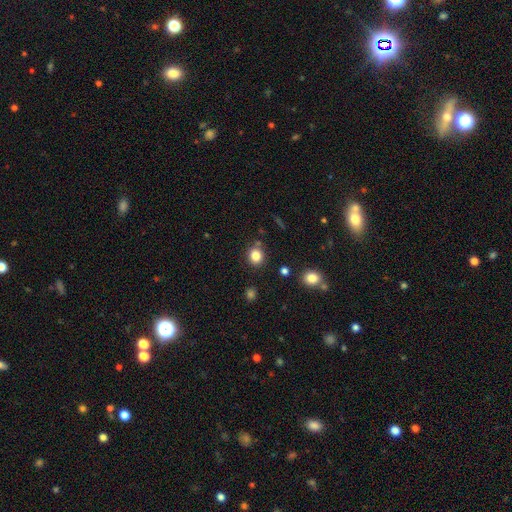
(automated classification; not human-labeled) Smooth or featured? Predicted: smooth (p=0.83). How rounded? Predicted: round (p=0.82). Merging? Predicted: none (p=0.83).